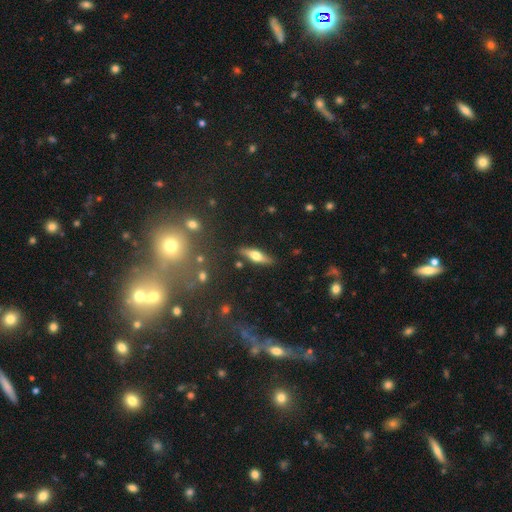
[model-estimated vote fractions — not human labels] smooth-or-featured: featured or disk: 50% | smooth: 43% | star or artifact: 7%
  disk-edge-on: yes: 91% | no: 9%
  merging: none: 85% | minor disturbance: 10% | major disturbance: 3% | merger: 2%